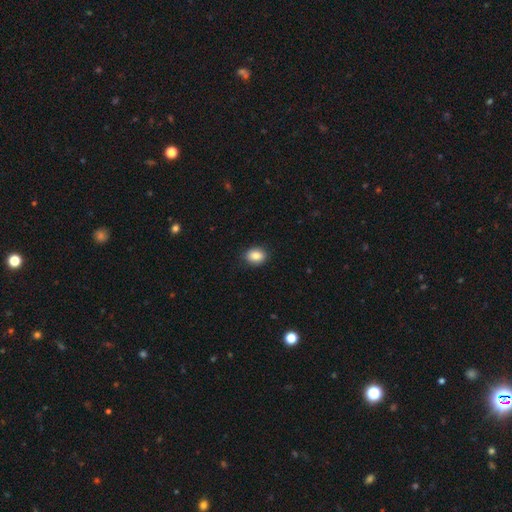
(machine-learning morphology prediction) smooth_or_featured: smooth (p=0.86) [alt: star or artifact p=0.09]
how_rounded: in between (p=0.60) [alt: round p=0.39]
merging: none (p=0.88) [alt: minor disturbance p=0.09]